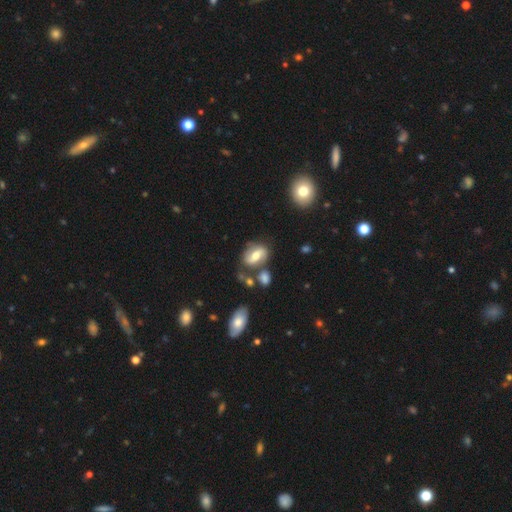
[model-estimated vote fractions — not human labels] smooth_or_featured: featured or disk (p=0.47) [alt: smooth p=0.45]
merging: none (p=0.59) [alt: minor disturbance p=0.19]